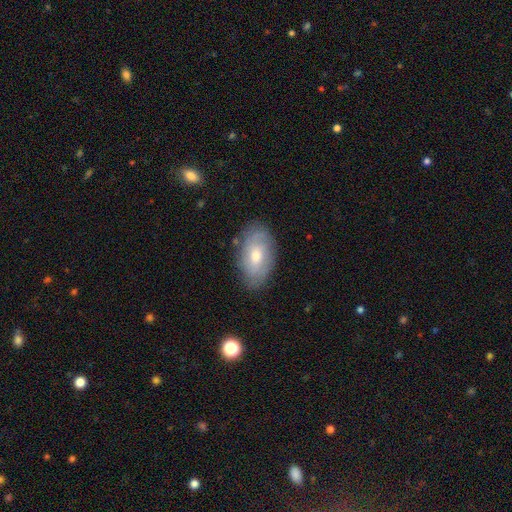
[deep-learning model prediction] This is possibly a featured or disk galaxy (56%). It is clearly not viewed edge-on (92%). Bar: likely no (67%). Spiral arm pattern: likely yes (78%). Central bulge: likely moderate (67%). Merging: likely none (79%).